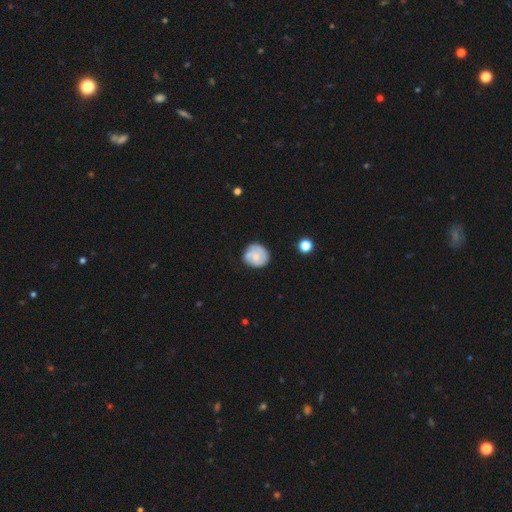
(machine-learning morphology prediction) type=smooth (49%); merging=none (68%).